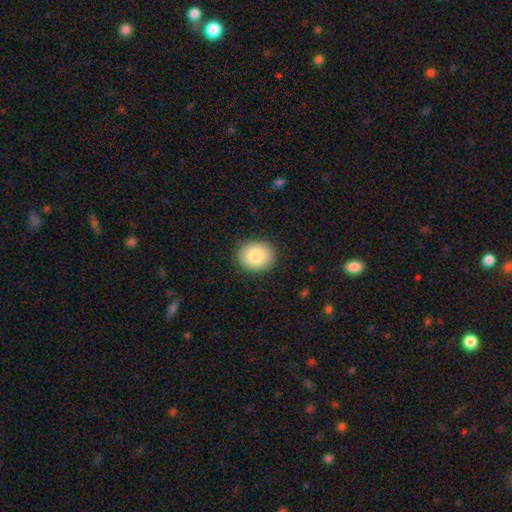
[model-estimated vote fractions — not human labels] A smooth galaxy with no disk features (83%) that is round (71%).

Vote fractions:
- Smooth or featured? smooth: 83% / featured or disk: 9% / star or artifact: 8%
- How rounded? round: 71% / in between: 28% / cigar-shaped: 1%
- Merging? none: 89% / minor disturbance: 8% / major disturbance: 2% / merger: 1%